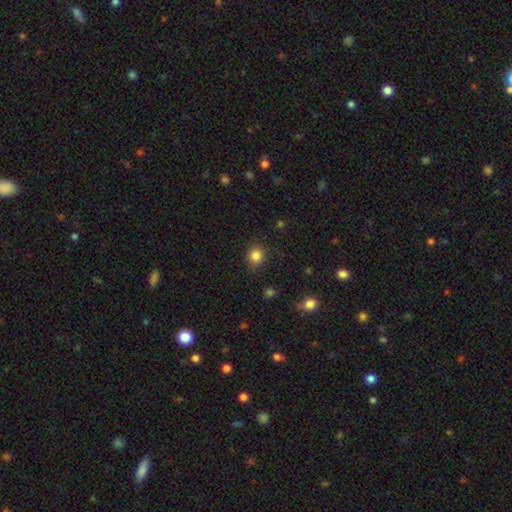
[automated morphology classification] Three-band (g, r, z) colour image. It shows a smooth galaxy with no disk features (84%) that is round (83%). Merging: none (83%).